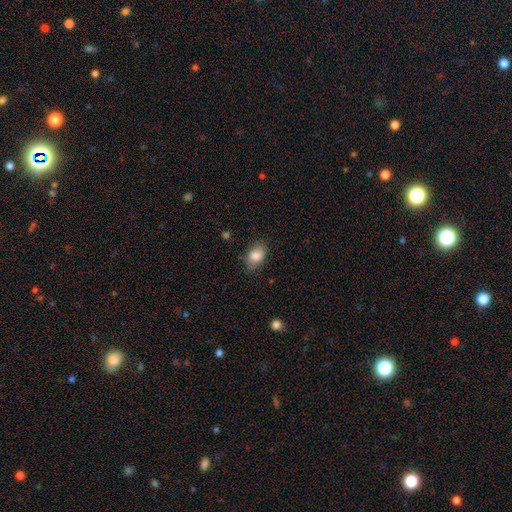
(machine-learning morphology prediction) Smooth or featured: smooth — 85% (featured or disk — 8%)
How rounded: in between — 84% (round — 14%)
Merging: none — 78% (minor disturbance — 17%)